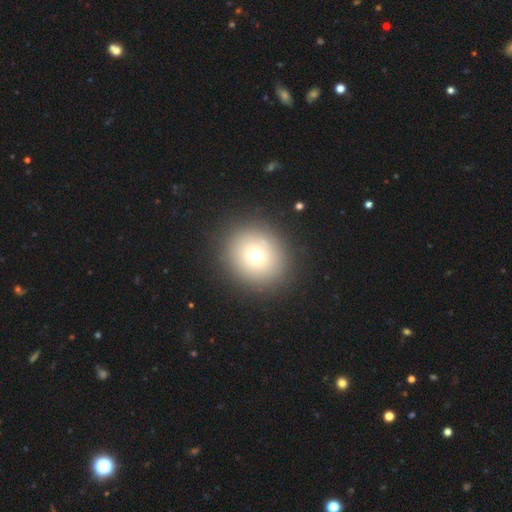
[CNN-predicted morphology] smooth-or-featured: smooth: 70% | star or artifact: 15% | featured or disk: 15%
  how-rounded: round: 83% | in between: 16% | cigar-shaped: 1%
  merging: none: 89% | minor disturbance: 6% | major disturbance: 3% | merger: 1%